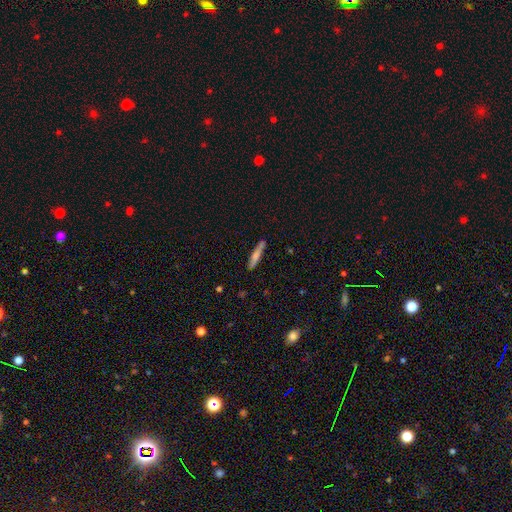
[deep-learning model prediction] Smooth or featured? smooth (52%)
How rounded? cigar-shaped (92%)
Merging? none (83%)